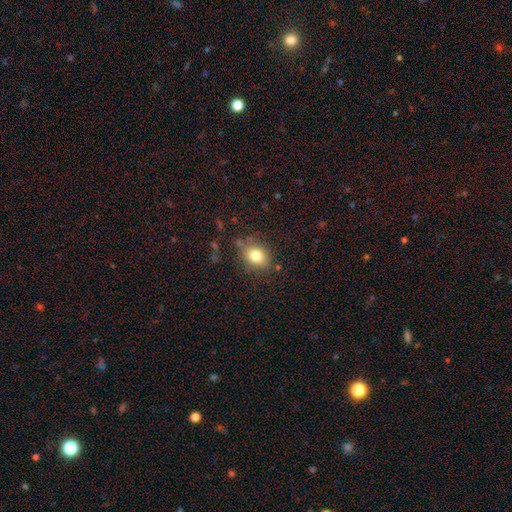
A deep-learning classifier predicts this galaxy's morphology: smooth_or_featured: smooth (p=0.79) [alt: star or artifact p=0.12]
how_rounded: round (p=0.56) [alt: in between p=0.42]
merging: none (p=0.77) [alt: minor disturbance p=0.15]